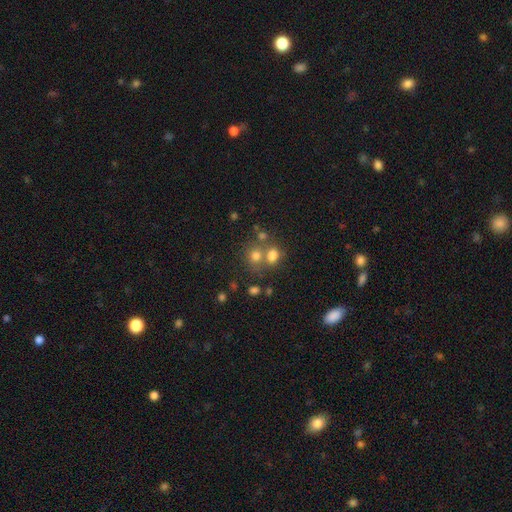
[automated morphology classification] This is likely a smooth galaxy (72%). How rounded: likely round (73%). Merging: possibly none (46%).